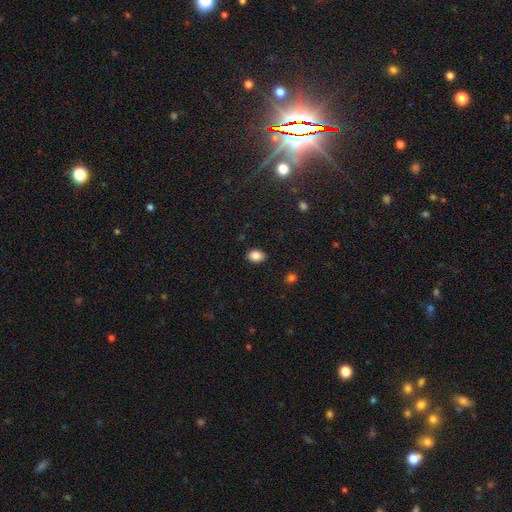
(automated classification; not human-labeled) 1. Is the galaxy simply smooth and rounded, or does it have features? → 86% smooth, 9% star or artifact, 4% featured or disk.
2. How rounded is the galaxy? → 71% in between, 28% round, 1% cigar-shaped.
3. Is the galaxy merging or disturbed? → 87% none, 10% minor disturbance, 2% major disturbance, 1% merger.